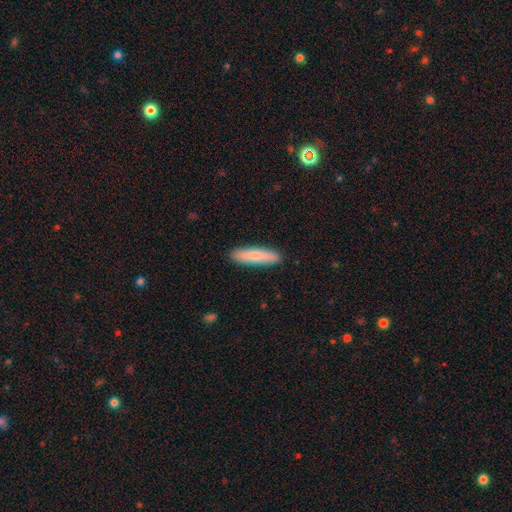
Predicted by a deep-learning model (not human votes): smooth_or_featured: smooth (p=0.78) [alt: featured or disk p=0.17]
how_rounded: cigar-shaped (p=0.80) [alt: in between p=0.19]
merging: none (p=0.90) [alt: minor disturbance p=0.07]